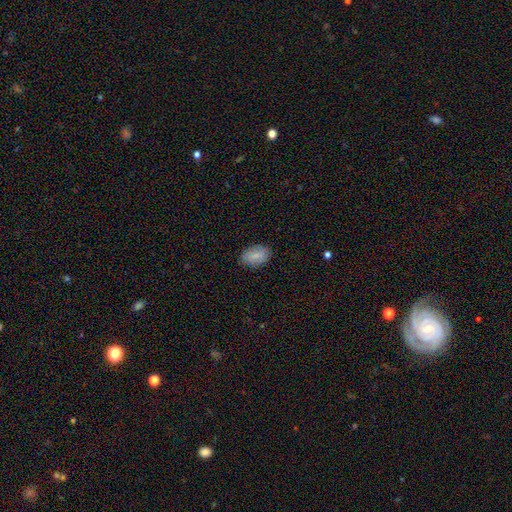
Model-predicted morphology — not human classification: The model was most divided on "smooth or featured": smooth: 80%, featured or disk: 13%, star or artifact: 7%. More confident: how rounded — in between (89%); merging — none (84%).